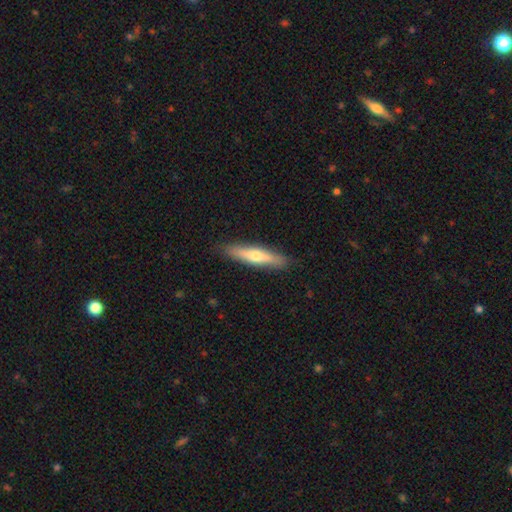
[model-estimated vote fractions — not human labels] This appears to be a smooth galaxy with no disk features (52%) that is cigar-shaped (81%). Merging: none (89%).